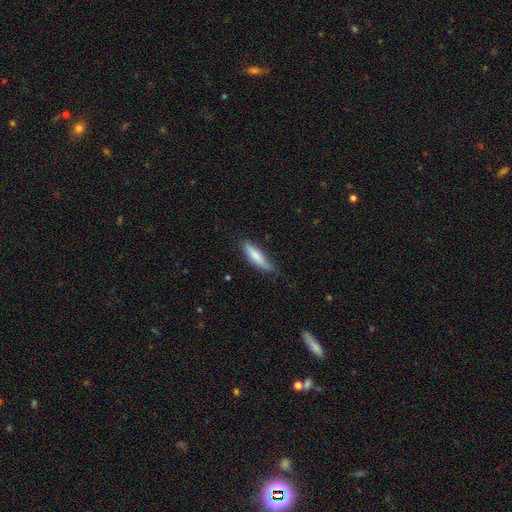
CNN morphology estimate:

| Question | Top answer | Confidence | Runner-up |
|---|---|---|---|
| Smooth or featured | smooth | 78% | featured or disk (16%) |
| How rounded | cigar-shaped | 68% | in between (31%) |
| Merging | none | 70% | minor disturbance (24%) |